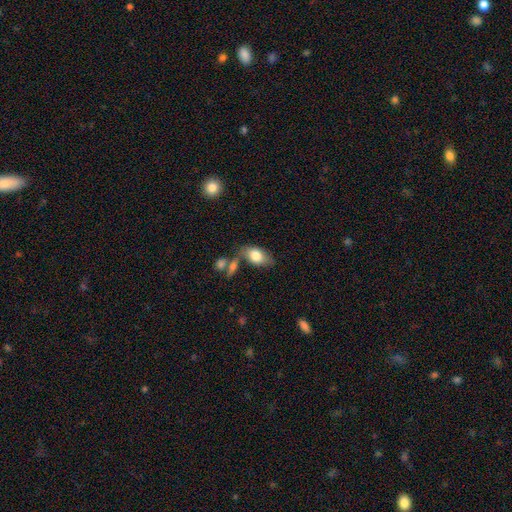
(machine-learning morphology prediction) Overall: smooth (78%). How rounded: in between (91%). Merging: none (61%).